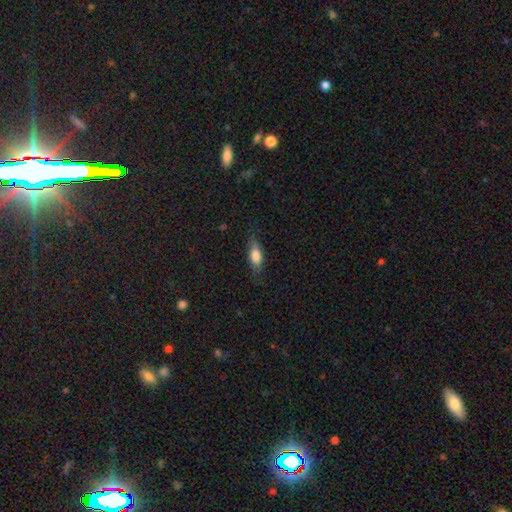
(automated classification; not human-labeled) Smooth or featured?
  - smooth: 76% *
  - featured or disk: 17%
  - star or artifact: 7%
How rounded?
  - in between: 71% *
  - cigar-shaped: 26%
  - round: 3%
Merging?
  - none: 77% *
  - minor disturbance: 17%
  - major disturbance: 5%
  - merger: 1%